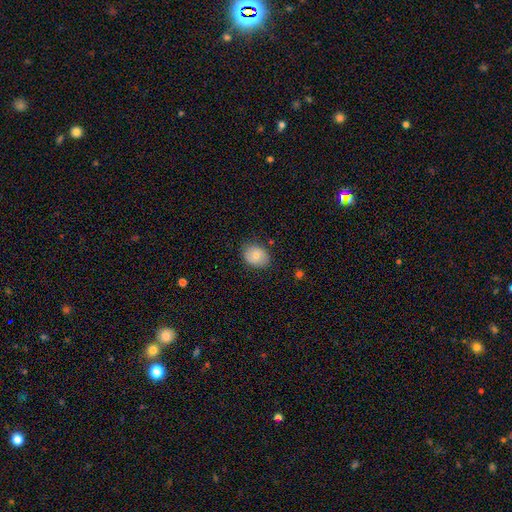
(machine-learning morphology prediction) smooth_or_featured: smooth (p=0.77) [alt: featured or disk p=0.16]
how_rounded: in between (p=0.55) [alt: round p=0.44]
merging: none (p=0.82) [alt: minor disturbance p=0.14]